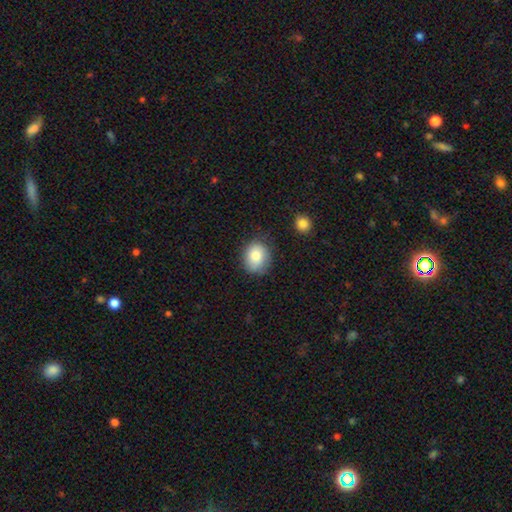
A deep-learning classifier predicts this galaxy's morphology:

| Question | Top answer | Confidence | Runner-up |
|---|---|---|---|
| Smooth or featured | smooth | 84% | featured or disk (9%) |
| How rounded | round | 55% | in between (44%) |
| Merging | none | 75% | minor disturbance (19%) |